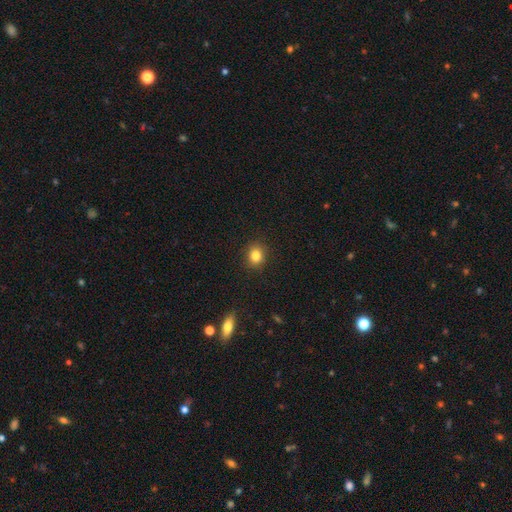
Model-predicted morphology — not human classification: This appears to be a smooth galaxy with no disk features (84%) that is round (71%). Merging: none (89%).